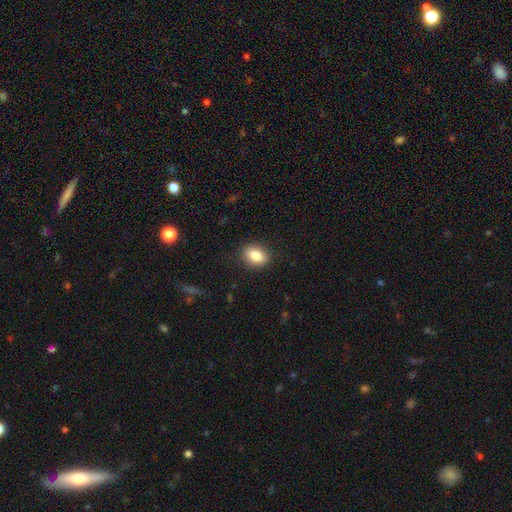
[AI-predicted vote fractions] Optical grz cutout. It shows a smooth galaxy with no disk features (82%) that is in between round and cigar-shaped (69%). Merging: none (87%).